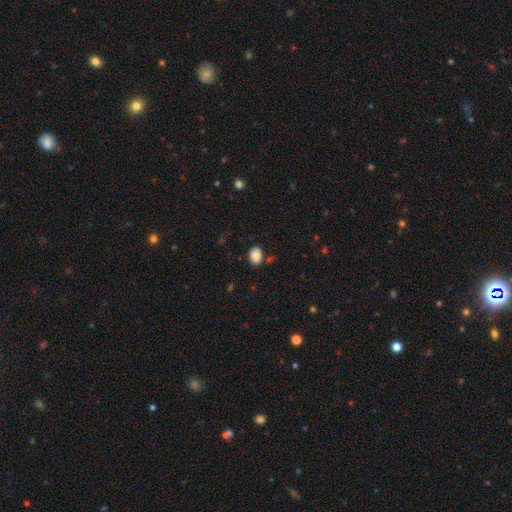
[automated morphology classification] smooth-or-featured: smooth: 87% | star or artifact: 9% | featured or disk: 5%
  how-rounded: in between: 69% | round: 30% | cigar-shaped: 1%
  merging: none: 75% | minor disturbance: 16% | merger: 5% | major disturbance: 4%